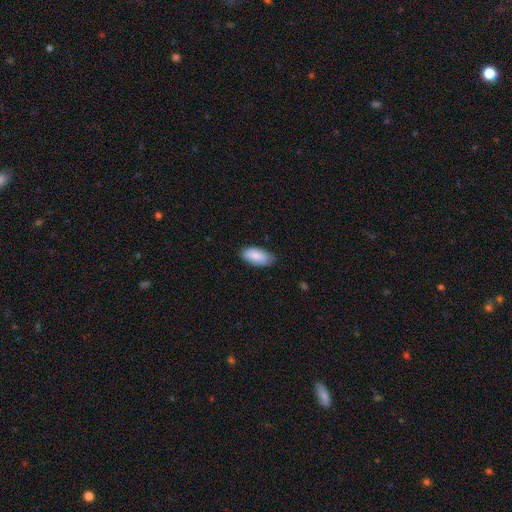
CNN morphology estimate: A smooth galaxy with no disk features (88%) that is in between round and cigar-shaped (90%). Merging: none (80%).